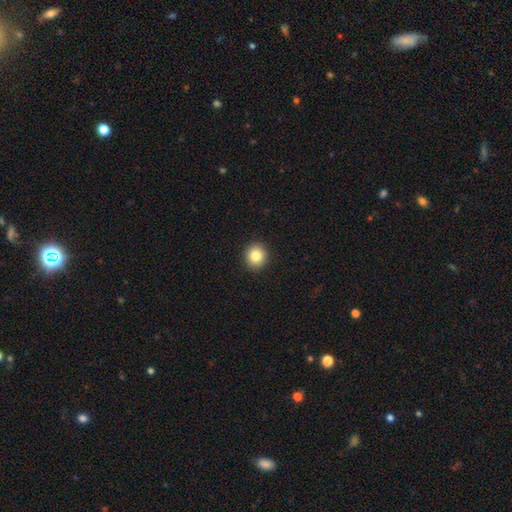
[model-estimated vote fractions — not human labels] Smooth or featured?
  - smooth: 83% *
  - star or artifact: 10%
  - featured or disk: 7%
How rounded?
  - round: 87% *
  - in between: 12%
  - cigar-shaped: 1%
Merging?
  - none: 93% *
  - minor disturbance: 5%
  - major disturbance: 2%
  - merger: 1%